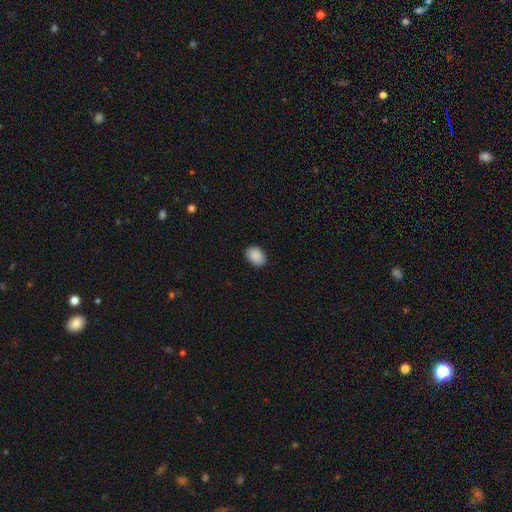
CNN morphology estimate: Overall: smooth (90%). How rounded: in between (77%). Merging: none (89%).